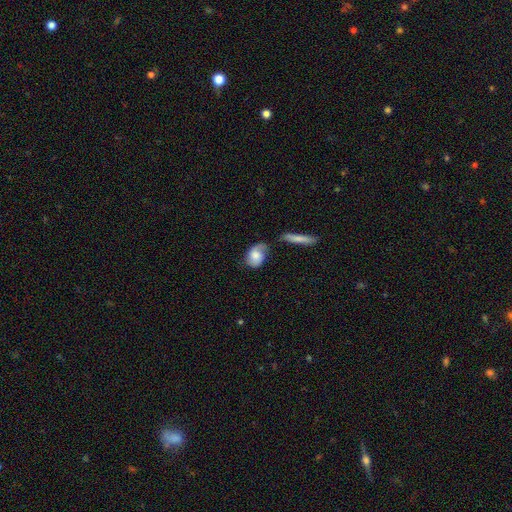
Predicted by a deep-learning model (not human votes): This is possibly a smooth galaxy (57%). How rounded: likely in between (77%). Merging: possibly none (46%).